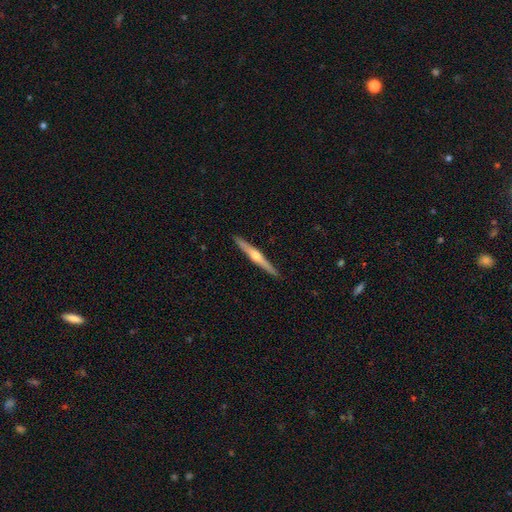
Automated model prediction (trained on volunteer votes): Morphology: type=featured or disk (72%); edge-on=yes (98%); edge-on bulge=rounded (90%); merging=none (92%).